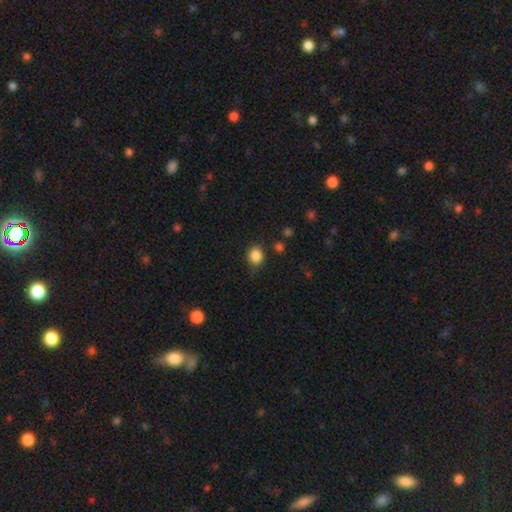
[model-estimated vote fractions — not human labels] smooth 86%, star or artifact 10%, featured or disk 4%. Down the decision tree: how rounded — round (68%); merging — none (74%).